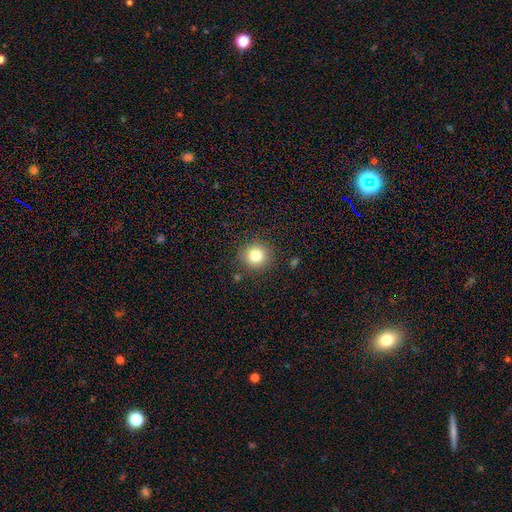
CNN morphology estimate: Q: Smooth or featured?
A: smooth (81%); runner-up: star or artifact (12%)
Q: How rounded?
A: round (91%); runner-up: in between (8%)
Q: Merging?
A: none (88%); runner-up: minor disturbance (8%)